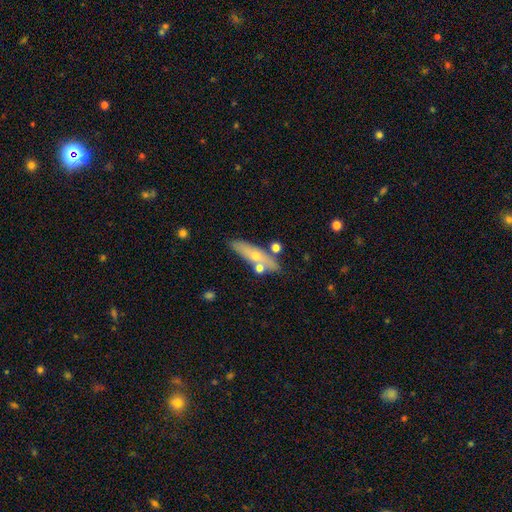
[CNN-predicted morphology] This appears to be a smooth galaxy with no disk features (53%) that is cigar-shaped (69%). Merging: none (74%).